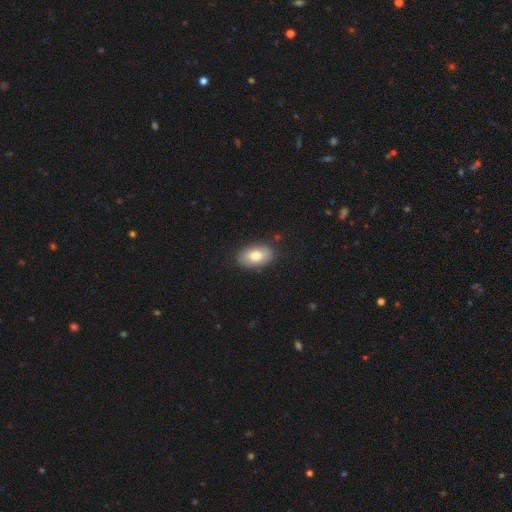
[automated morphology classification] Smooth or featured?
  - smooth: 76% *
  - featured or disk: 17%
  - star or artifact: 7%
How rounded?
  - in between: 91% *
  - round: 7%
  - cigar-shaped: 1%
Merging?
  - none: 85% *
  - minor disturbance: 11%
  - major disturbance: 2%
  - merger: 1%